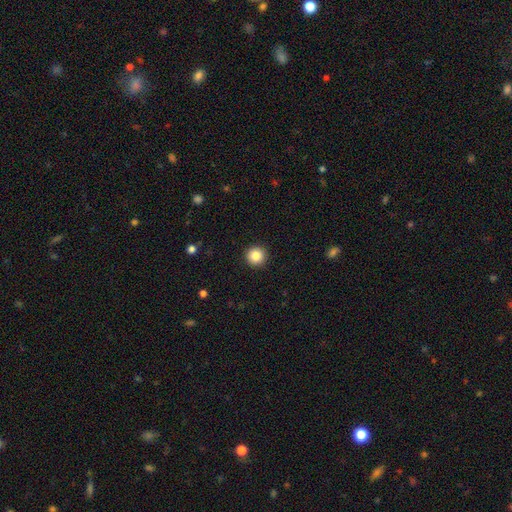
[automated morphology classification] smooth_or_featured: smooth (p=0.86) [alt: star or artifact p=0.10]
how_rounded: round (p=0.96) [alt: in between p=0.03]
merging: none (p=0.93) [alt: minor disturbance p=0.05]